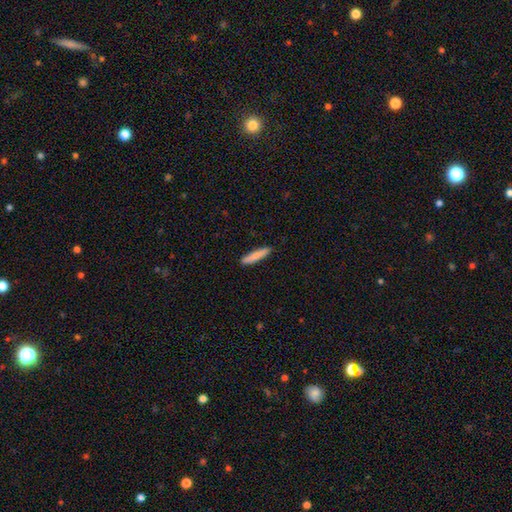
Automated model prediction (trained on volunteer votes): smooth-or-featured: smooth: 85% | featured or disk: 10% | star or artifact: 6%
  how-rounded: cigar-shaped: 90% | in between: 9% | round: 1%
  merging: none: 90% | minor disturbance: 8% | major disturbance: 2% | merger: 1%